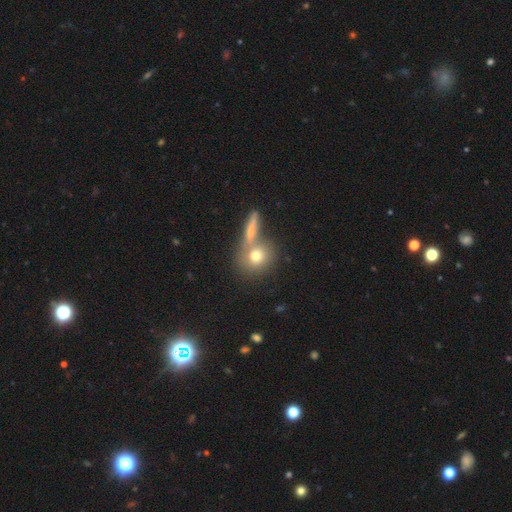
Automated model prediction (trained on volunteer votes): Overall: smooth (72%). How rounded: round (79%). Merging: none (52%; merger 35%).